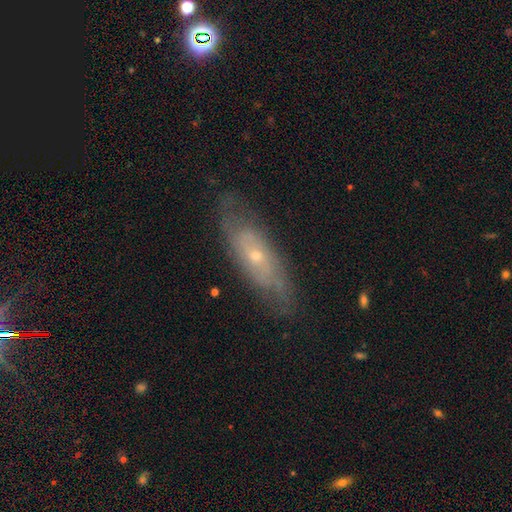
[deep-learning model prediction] smooth-or-featured: featured or disk: 66% | smooth: 27% | star or artifact: 7%
  disk-edge-on: no: 77% | yes: 23%
    bar: no: 77% | weak: 19% | strong: 4%
    has-spiral-arms: yes: 72% | no: 28%
    bulge-size: small: 62% | moderate: 34% | large: 1% | none: 1% | dominant: 1%
  merging: none: 73% | minor disturbance: 19% | major disturbance: 6% | merger: 1%